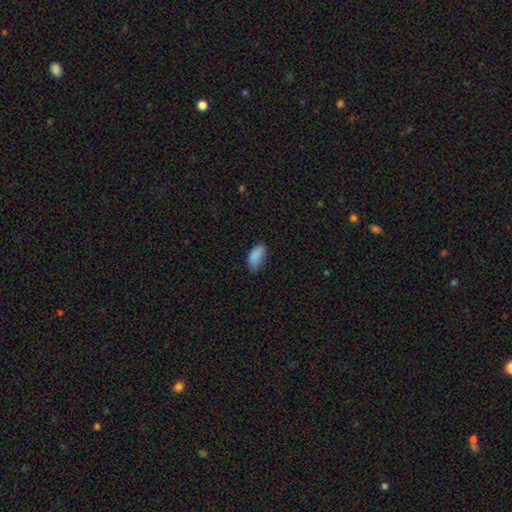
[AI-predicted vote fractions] The model was most divided on "merging": none: 66%, minor disturbance: 27%, major disturbance: 5%, merger: 1%. More confident: how rounded — in between (93%); smooth or featured — smooth (88%).